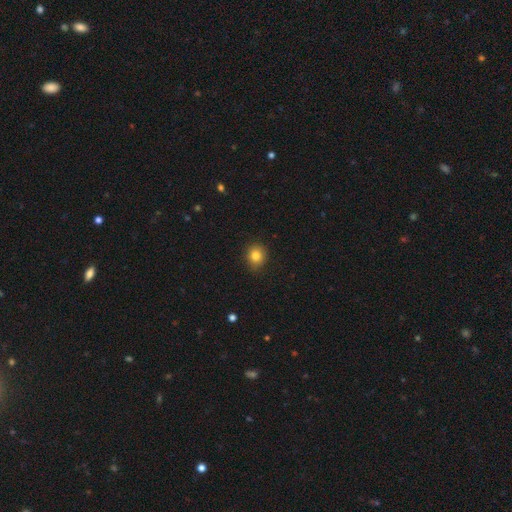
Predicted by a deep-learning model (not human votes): A smooth galaxy with no disk features (82%) that is round (80%).

Vote fractions:
- Smooth or featured? smooth: 82% / star or artifact: 11% / featured or disk: 6%
- How rounded? round: 80% / in between: 19% / cigar-shaped: 1%
- Merging? none: 88% / minor disturbance: 9% / major disturbance: 2% / merger: 1%